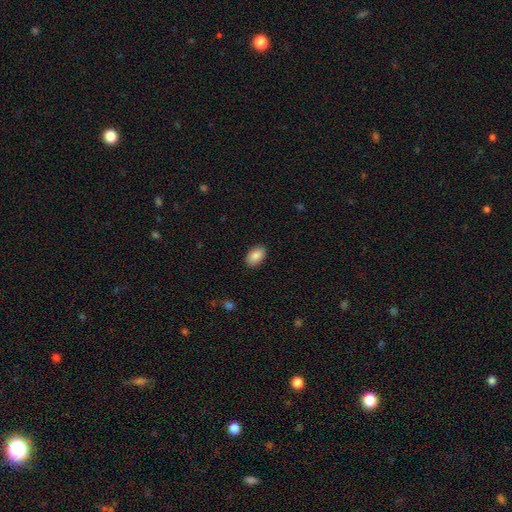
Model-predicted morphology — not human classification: A smooth galaxy with no disk features (89%) that is in between round and cigar-shaped (91%). Merging: none (89%).